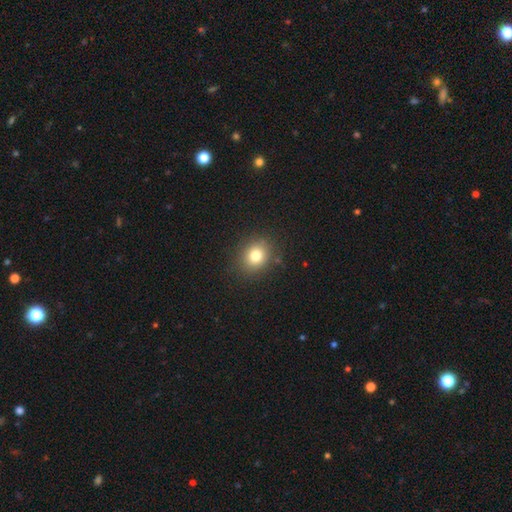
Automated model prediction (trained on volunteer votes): Smooth or featured?
  - smooth: 79% *
  - star or artifact: 12%
  - featured or disk: 9%
How rounded?
  - round: 67% *
  - in between: 32%
  - cigar-shaped: 1%
Merging?
  - none: 86% *
  - minor disturbance: 10%
  - major disturbance: 3%
  - merger: 2%